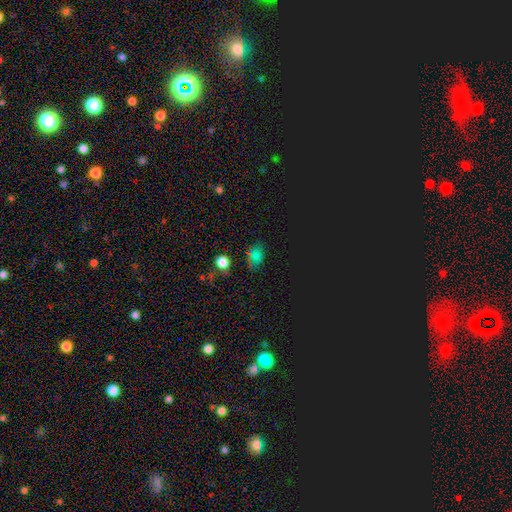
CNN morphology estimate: Smooth or featured: star or artifact — 46% (smooth — 45%)